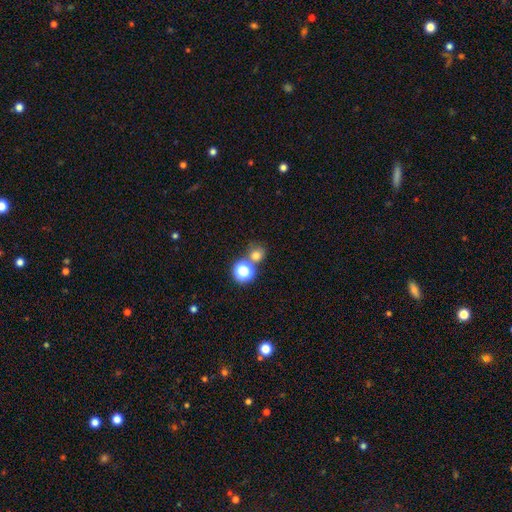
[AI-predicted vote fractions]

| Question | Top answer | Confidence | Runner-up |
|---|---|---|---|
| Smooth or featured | smooth | 71% | star or artifact (22%) |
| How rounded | round | 86% | in between (13%) |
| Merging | none | 60% | merger (27%) |